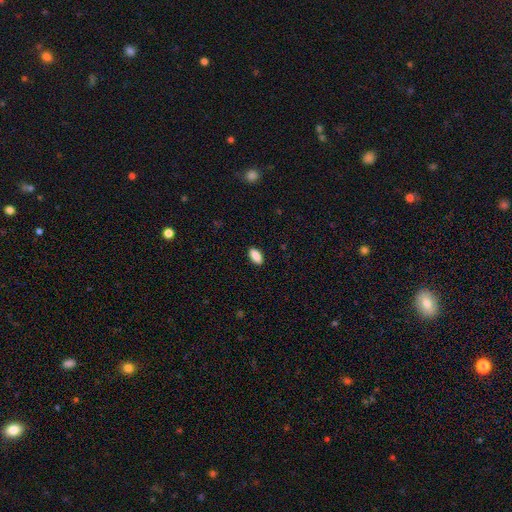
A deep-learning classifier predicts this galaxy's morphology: Smooth or featured? smooth (89%)
How rounded? in between (90%)
Merging? none (89%)